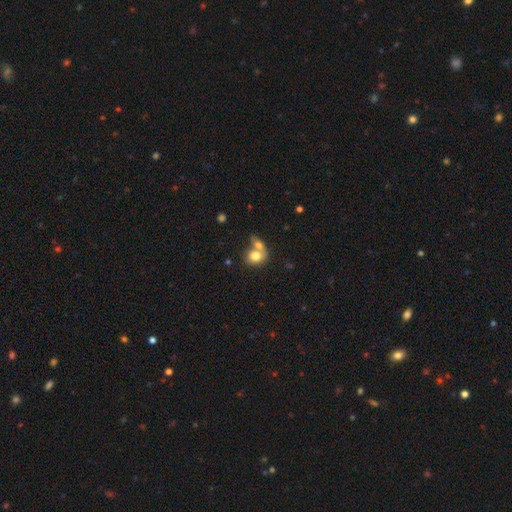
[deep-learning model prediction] A smooth galaxy with no disk features (76%) that is in between round and cigar-shaped (52%). Merging: merger (59%).